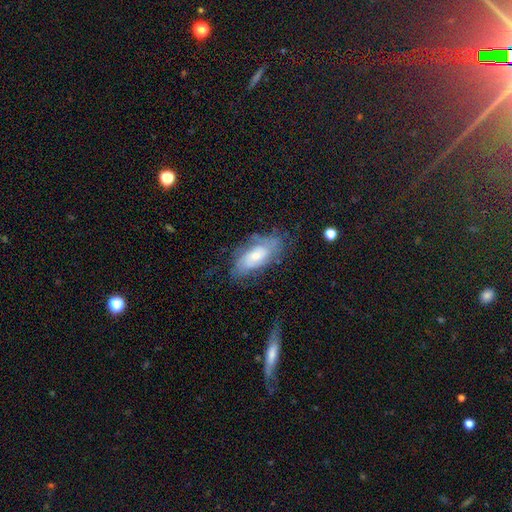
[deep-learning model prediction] A featured or disk galaxy (57%). Merging: none (63%).